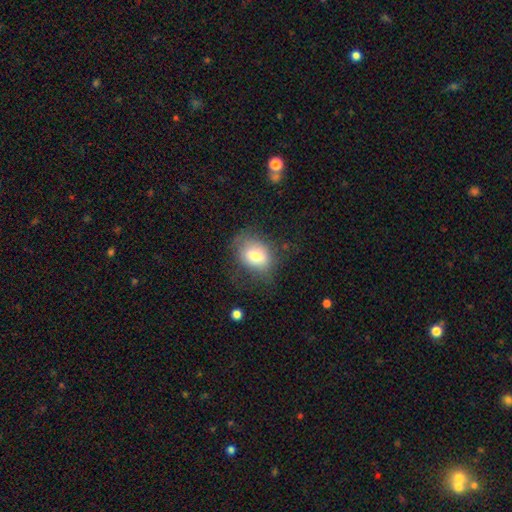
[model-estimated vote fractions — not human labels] The model was most divided on "merging": none: 55%, minor disturbance: 26%, major disturbance: 18%, merger: 2%. More confident: smooth or featured — smooth (74%); how rounded — in between (67%).